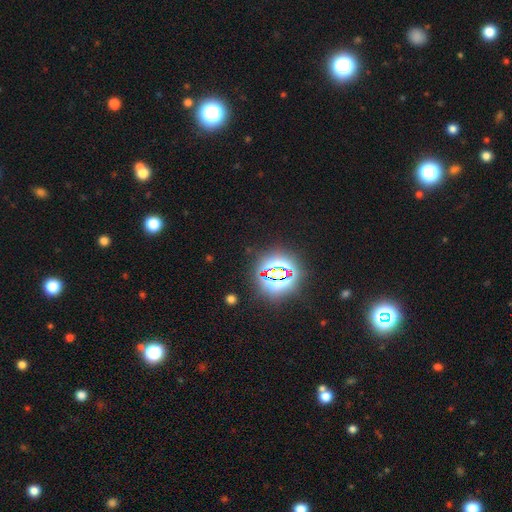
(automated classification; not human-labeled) smooth-or-featured: star or artifact: 78% | smooth: 15% | featured or disk: 6%